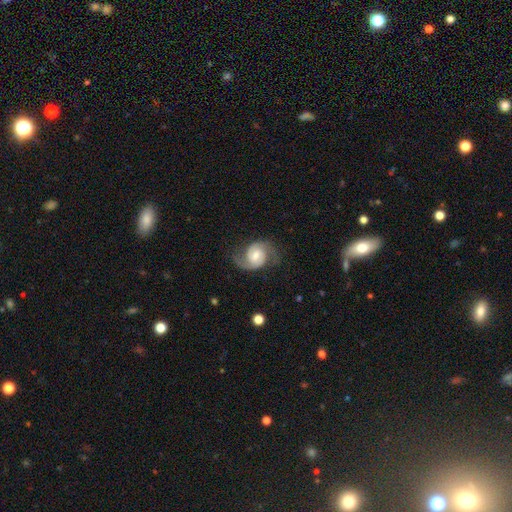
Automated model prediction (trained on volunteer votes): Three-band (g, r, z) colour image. It shows a featured or disk galaxy (83%) with a weak bar (46%), 2 (89%) medium (50%) spiral arms (96%) and a moderate central bulge (54%). Merging: none (68%).